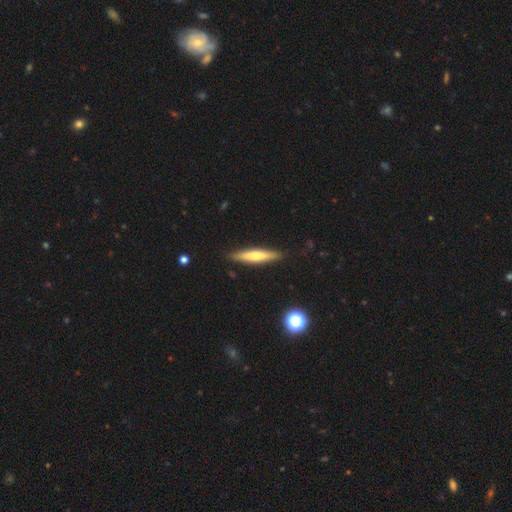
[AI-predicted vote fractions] Smooth or featured? Predicted: smooth (p=0.58). How rounded? Predicted: cigar-shaped (p=0.89). Merging? Predicted: none (p=0.88).